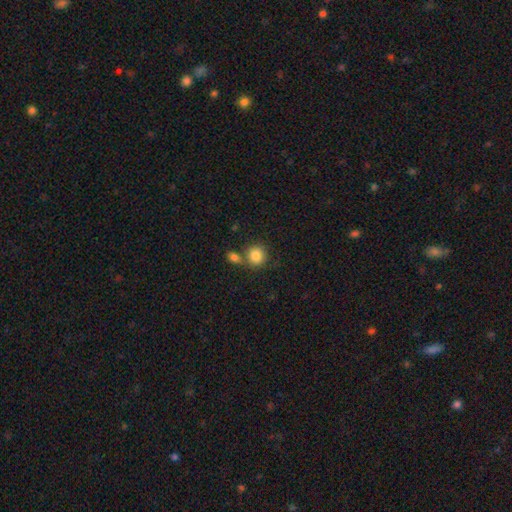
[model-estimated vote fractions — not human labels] smooth-or-featured: smooth: 85% | star or artifact: 9% | featured or disk: 6%
  how-rounded: round: 84% | in between: 15% | cigar-shaped: 1%
  merging: none: 56% | merger: 30% | minor disturbance: 10% | major disturbance: 4%